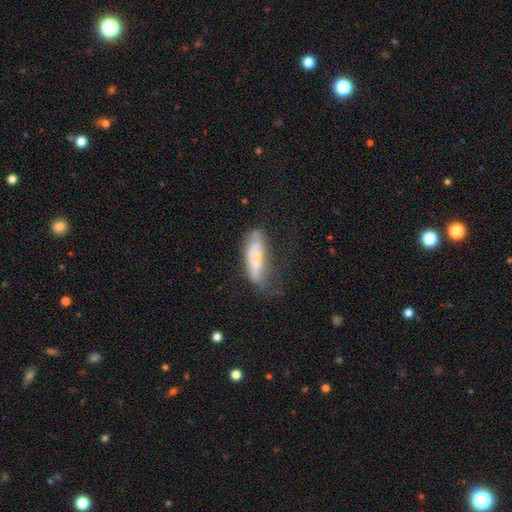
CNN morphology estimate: This is possibly a smooth galaxy (55%). How rounded: possibly cigar-shaped (55%). Merging: marginally minor disturbance (32%).